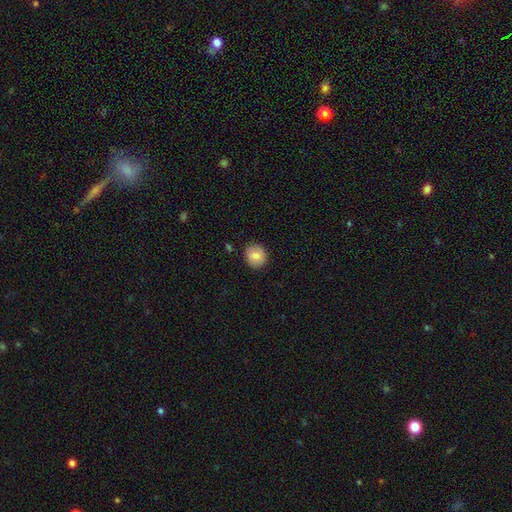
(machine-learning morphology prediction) smooth 83%, featured or disk 9%, star or artifact 8%. Down the decision tree: how rounded — round (83%); merging — none (89%).